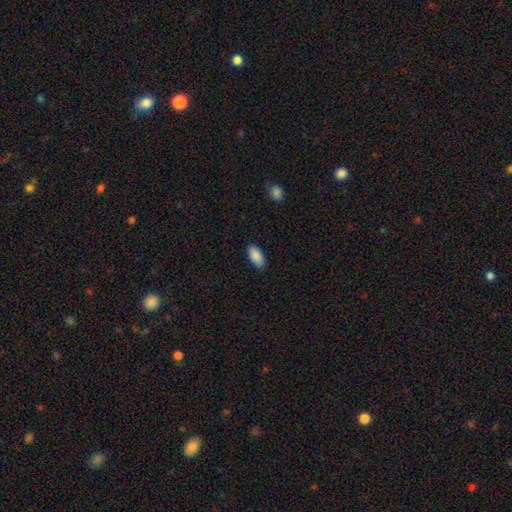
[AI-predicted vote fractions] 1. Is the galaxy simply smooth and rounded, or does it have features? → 89% smooth, 6% star or artifact, 4% featured or disk.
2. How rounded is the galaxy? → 92% in between, 6% cigar-shaped, 2% round.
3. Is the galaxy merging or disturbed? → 87% none, 10% minor disturbance, 2% major disturbance, 1% merger.